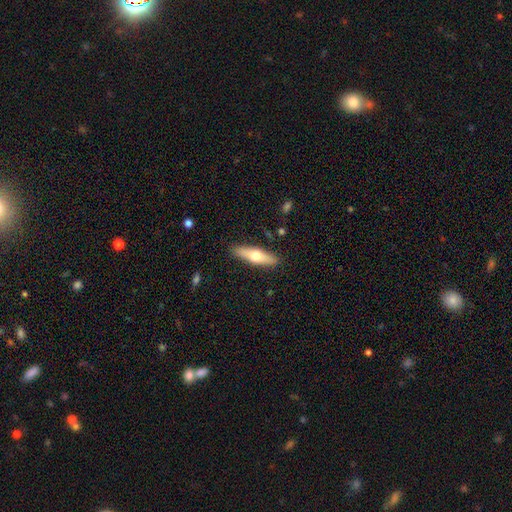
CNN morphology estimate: smooth_or_featured: smooth (p=0.52) [alt: featured or disk p=0.43]
how_rounded: cigar-shaped (p=0.63) [alt: in between p=0.35]
merging: none (p=0.89) [alt: minor disturbance p=0.08]